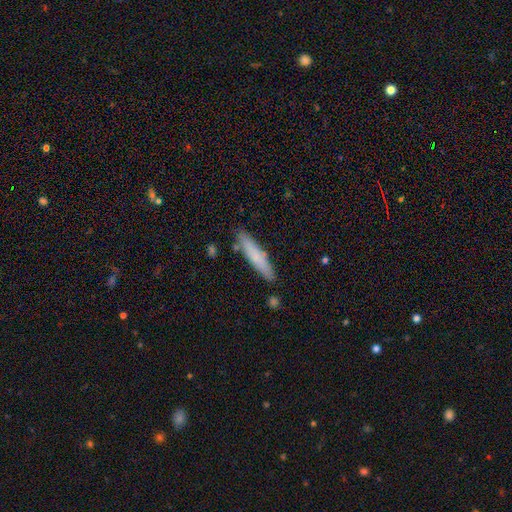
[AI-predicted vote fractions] A smooth galaxy with no disk features (75%) that is cigar-shaped (88%).

Vote fractions:
- Smooth or featured? smooth: 75% / featured or disk: 19% / star or artifact: 6%
- How rounded? cigar-shaped: 88% / in between: 11% / round: 1%
- Merging? none: 83% / minor disturbance: 11% / merger: 3% / major disturbance: 2%